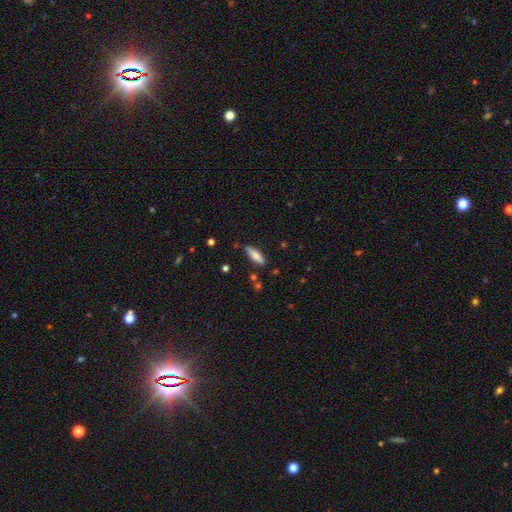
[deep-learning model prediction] A smooth galaxy with no disk features (78%) that is in between round and cigar-shaped (52%).

Vote fractions:
- Smooth or featured? smooth: 78% / featured or disk: 15% / star or artifact: 7%
- How rounded? in between: 52% / cigar-shaped: 46% / round: 2%
- Merging? none: 82% / minor disturbance: 13% / merger: 3% / major disturbance: 2%